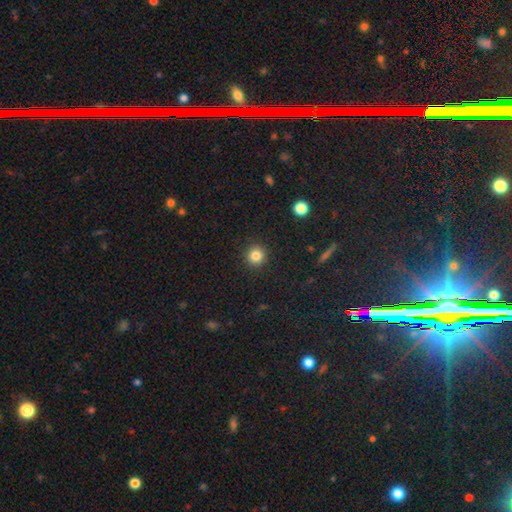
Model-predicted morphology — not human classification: A smooth galaxy with no disk features (82%) that is round (93%). Merging: none (92%).